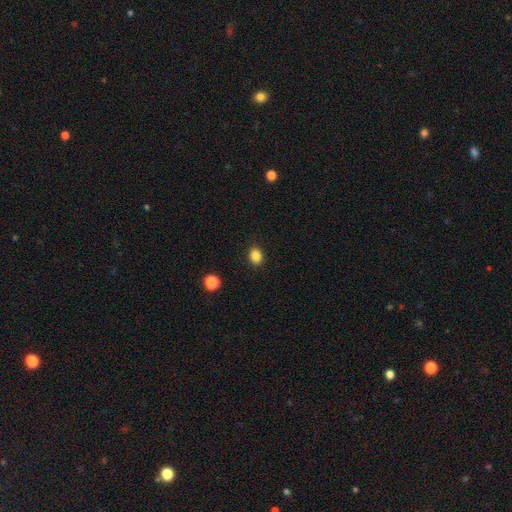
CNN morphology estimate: This appears to be a smooth galaxy with no disk features (86%) that is in between round and cigar-shaped (52%). Merging: none (89%).